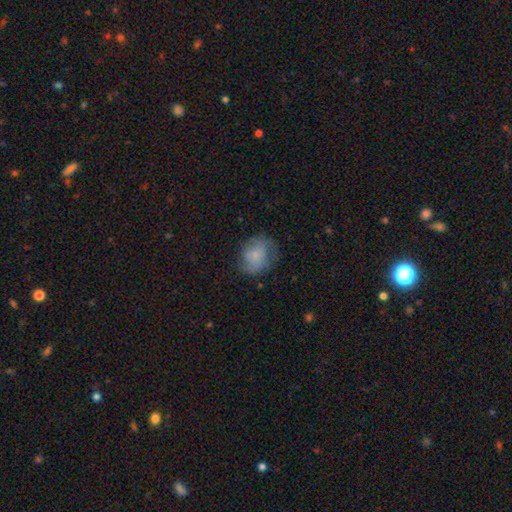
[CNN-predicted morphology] The model was most divided on "how rounded": round: 57%, in between: 41%, cigar-shaped: 1%. More confident: smooth or featured — smooth (69%); merging — none (61%).